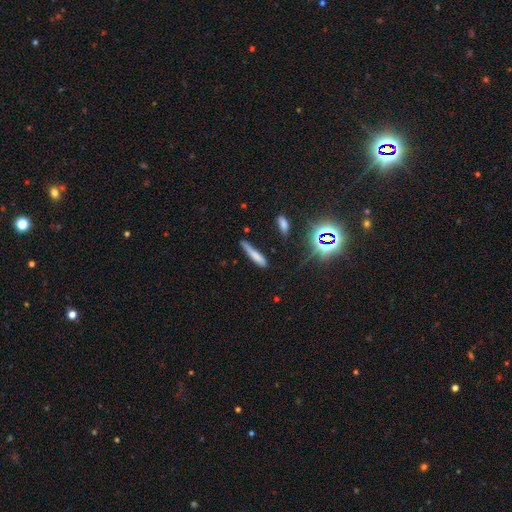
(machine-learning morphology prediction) The model was most divided on "merging": none: 59%, minor disturbance: 27%, major disturbance: 9%, merger: 6%. More confident: how rounded — cigar-shaped (88%); smooth or featured — smooth (70%).